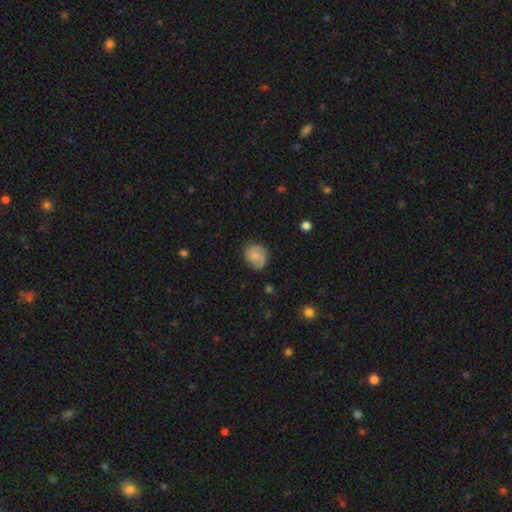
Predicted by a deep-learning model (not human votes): smooth-or-featured: featured or disk: 51% | smooth: 41% | star or artifact: 8%
  disk-edge-on: no: 98% | yes: 2%
    bar: no: 71% | weak: 26% | strong: 3%
    has-spiral-arms: yes: 91% | no: 9%
    bulge-size: small: 49% | none: 25% | moderate: 22% | large: 2% | dominant: 1%
  merging: none: 73% | minor disturbance: 20% | major disturbance: 6% | merger: 1%